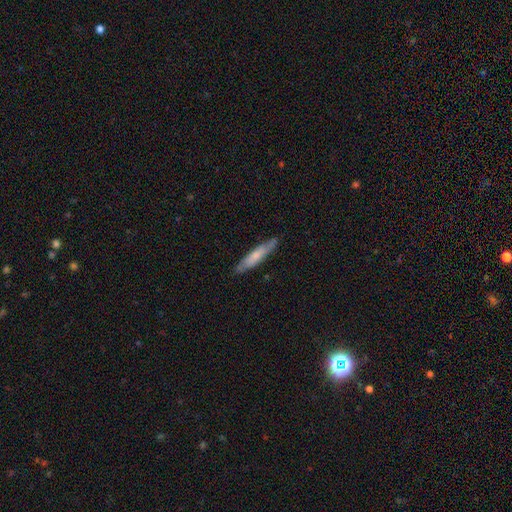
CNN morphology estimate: This is likely a smooth galaxy (61%). How rounded: clearly cigar-shaped (90%). Merging: clearly none (85%).